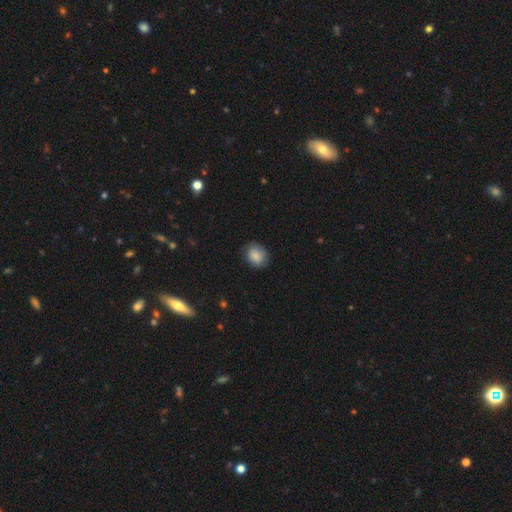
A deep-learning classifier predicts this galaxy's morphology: Overall: smooth (84%). How rounded: round (63%; in between 36%). Merging: none (77%).